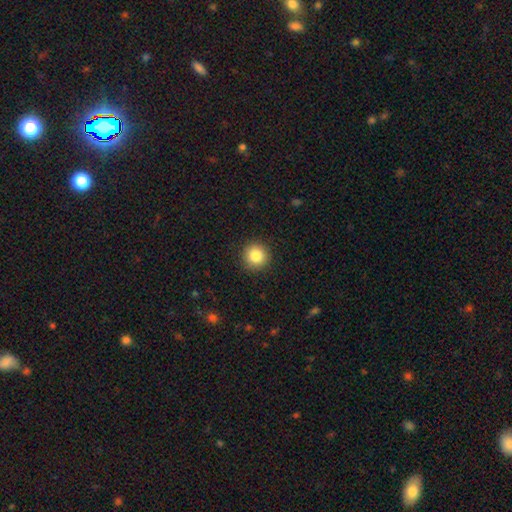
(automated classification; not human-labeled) Smooth or featured?
  - smooth: 85% *
  - star or artifact: 10%
  - featured or disk: 6%
How rounded?
  - round: 95% *
  - in between: 4%
  - cigar-shaped: 1%
Merging?
  - none: 92% *
  - minor disturbance: 5%
  - major disturbance: 2%
  - merger: 1%